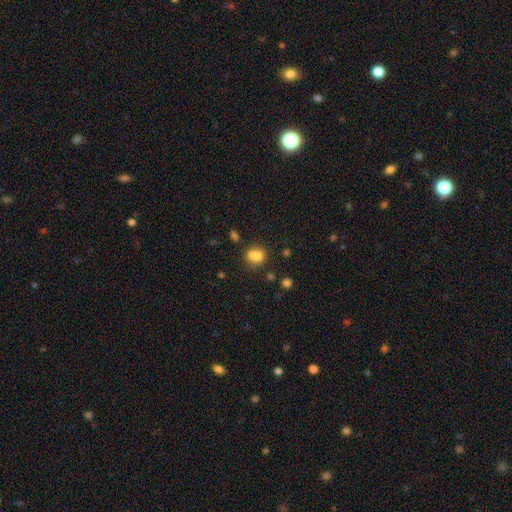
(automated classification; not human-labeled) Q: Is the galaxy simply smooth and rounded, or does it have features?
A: smooth — 73%.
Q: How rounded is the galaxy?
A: round — 61%.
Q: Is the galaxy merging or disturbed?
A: merger — 50%.